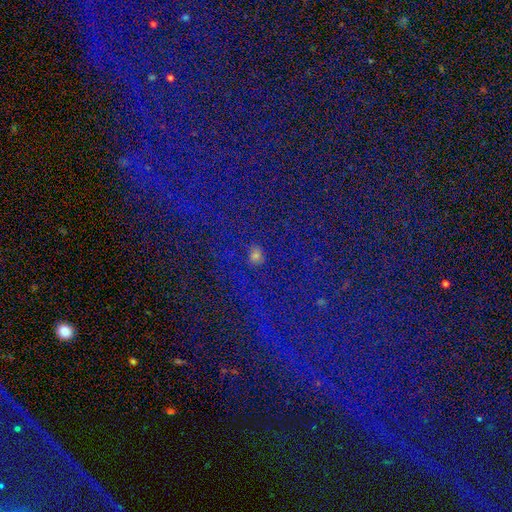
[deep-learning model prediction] Q: Smooth or featured?
A: star or artifact (49%); runner-up: smooth (42%)